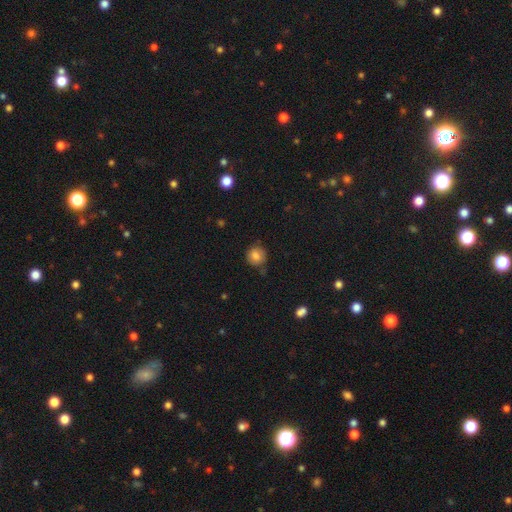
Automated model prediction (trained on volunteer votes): This appears to be a smooth galaxy with no disk features (81%) that is round (86%). Merging: none (75%).